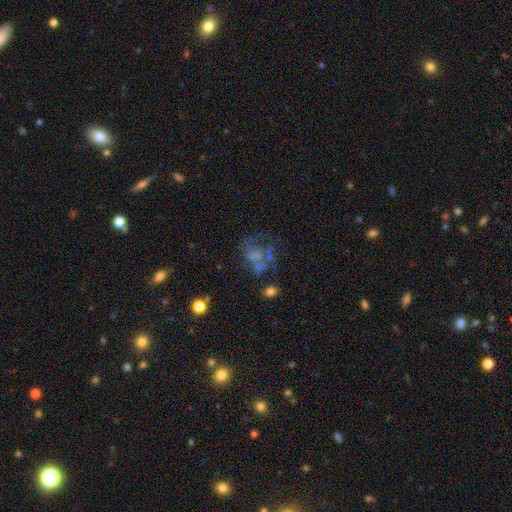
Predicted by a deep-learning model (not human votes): Smooth or featured? Predicted: featured or disk (p=0.49). Merging? Predicted: none (p=0.38).